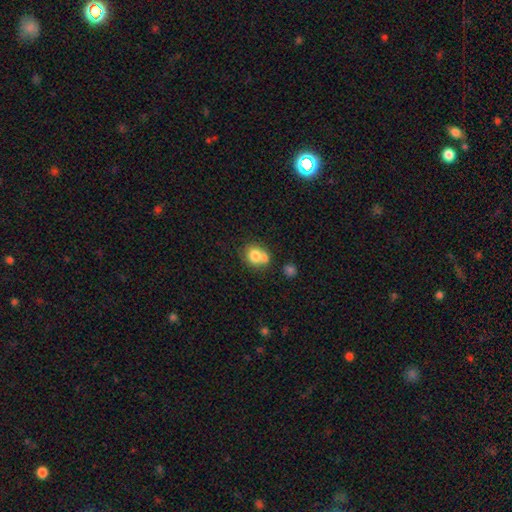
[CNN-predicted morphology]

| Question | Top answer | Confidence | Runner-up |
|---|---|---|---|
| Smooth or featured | smooth | 76% | featured or disk (14%) |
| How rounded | round | 74% | in between (25%) |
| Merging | merger | 44% | none (42%) |